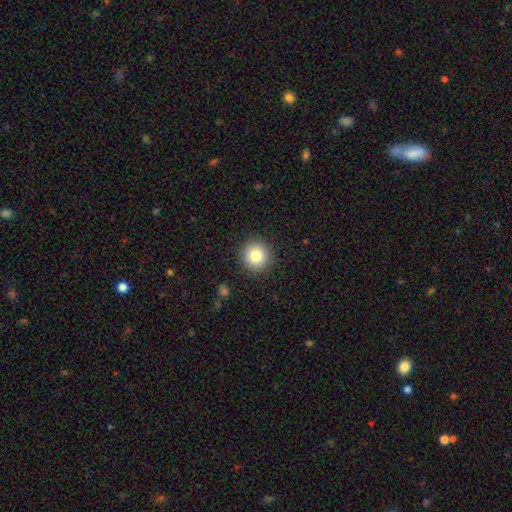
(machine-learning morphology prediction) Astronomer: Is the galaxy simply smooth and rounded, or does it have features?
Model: smooth — 82%.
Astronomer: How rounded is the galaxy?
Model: round — 95%.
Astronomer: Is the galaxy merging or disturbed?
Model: none — 91%.